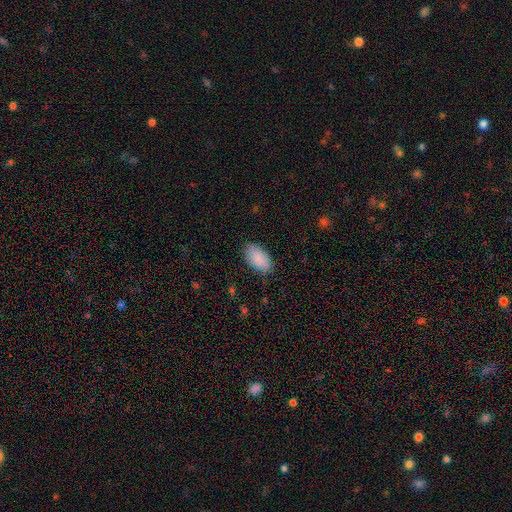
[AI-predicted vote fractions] This is clearly a smooth galaxy (89%). How rounded: clearly in between (95%). Merging: clearly none (85%).